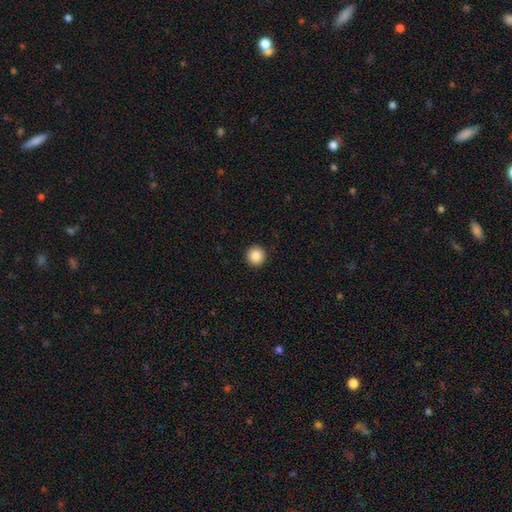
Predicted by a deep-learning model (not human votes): smooth-or-featured: smooth: 86% | star or artifact: 9% | featured or disk: 4%
  how-rounded: round: 96% | in between: 3% | cigar-shaped: 1%
  merging: none: 93% | minor disturbance: 4% | major disturbance: 2% | merger: 1%